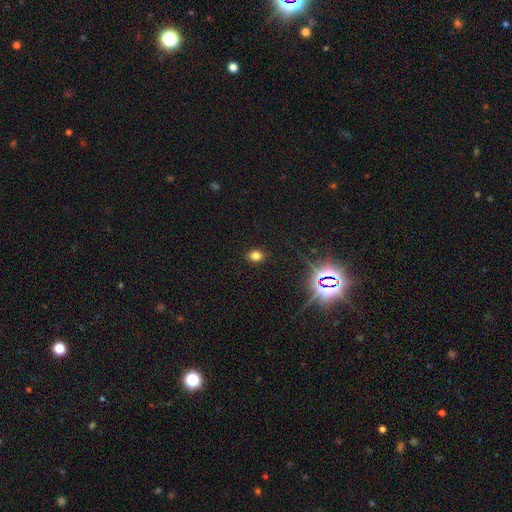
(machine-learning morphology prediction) type=smooth (76%); roundness=round (51%); merging=none (89%).